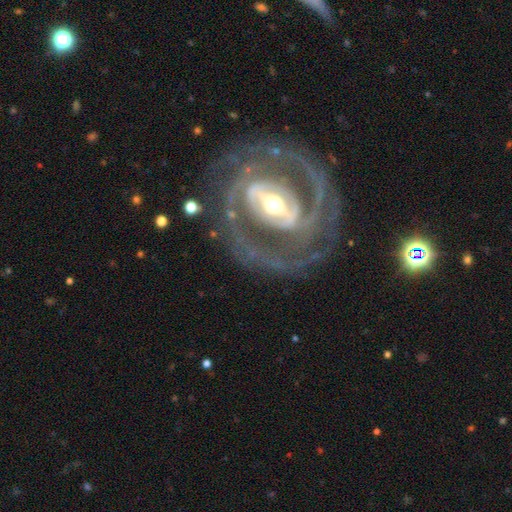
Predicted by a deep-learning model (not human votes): A featured or disk galaxy (90%) with a strong bar (61%), 2 (65%) tight (56%) spiral arms (95%) and a moderate central bulge (57%). Merging: none (75%).